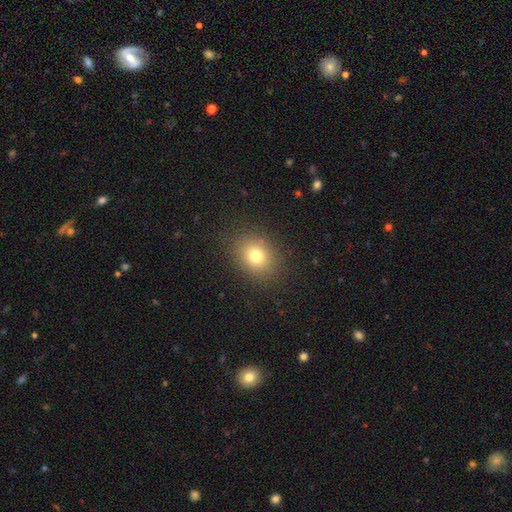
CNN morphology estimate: A smooth galaxy with no disk features (76%) that is round (62%).

Vote fractions:
- Smooth or featured? smooth: 76% / star or artifact: 14% / featured or disk: 10%
- How rounded? round: 62% / in between: 37% / cigar-shaped: 1%
- Merging? none: 87% / minor disturbance: 8% / major disturbance: 4% / merger: 1%